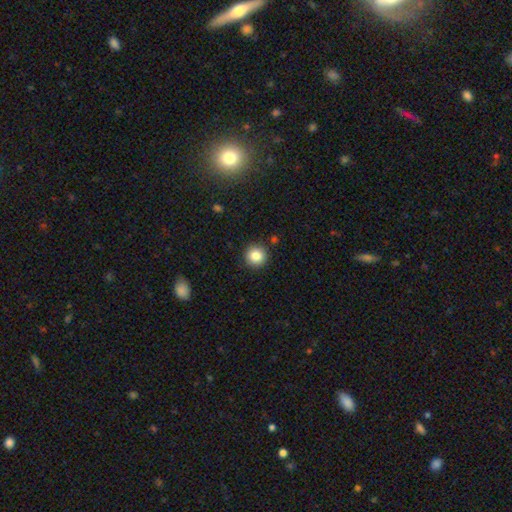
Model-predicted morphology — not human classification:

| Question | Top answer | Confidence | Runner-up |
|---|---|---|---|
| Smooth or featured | smooth | 84% | star or artifact (10%) |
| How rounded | round | 94% | in between (5%) |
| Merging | none | 91% | minor disturbance (6%) |